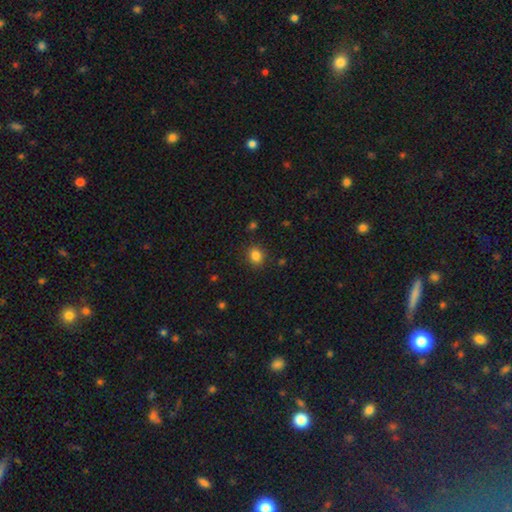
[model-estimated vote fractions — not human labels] This is clearly a smooth galaxy (82%). How rounded: likely round (76%). Merging: clearly none (87%).